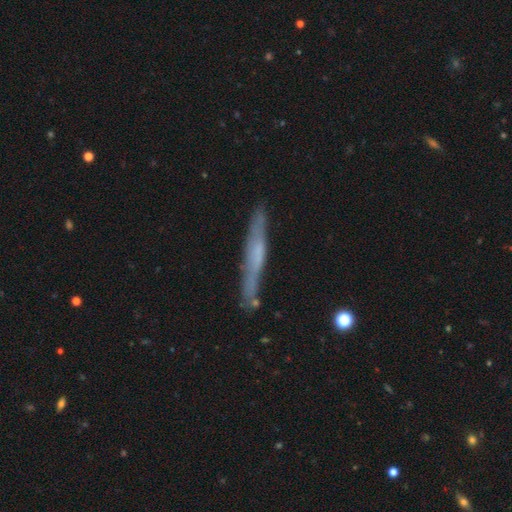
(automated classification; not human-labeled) Smooth or featured? Predicted: featured or disk (p=0.53). Edge-on disk? Predicted: yes (p=0.89). Merging? Predicted: none (p=0.82).